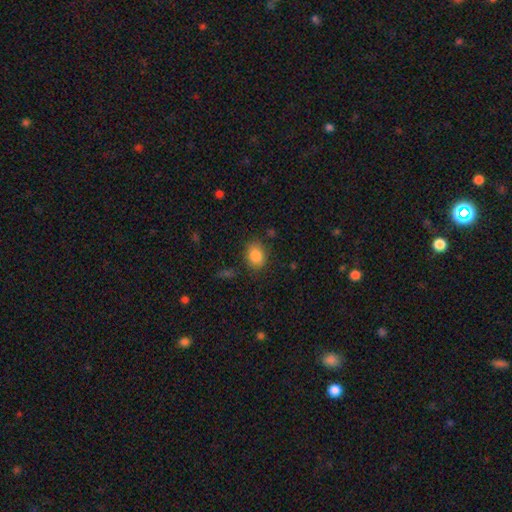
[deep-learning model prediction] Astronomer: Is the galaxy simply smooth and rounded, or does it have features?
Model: smooth — 86%.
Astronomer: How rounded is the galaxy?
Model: in between — 55% (runner-up: round, 43%).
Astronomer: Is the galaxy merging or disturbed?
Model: none — 79%.